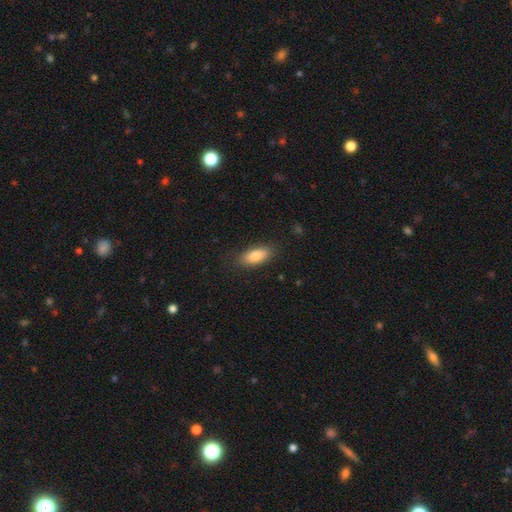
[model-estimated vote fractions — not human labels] Smooth or featured: smooth — 84% (featured or disk — 9%)
How rounded: in between — 80% (cigar-shaped — 17%)
Merging: none — 85% (minor disturbance — 11%)